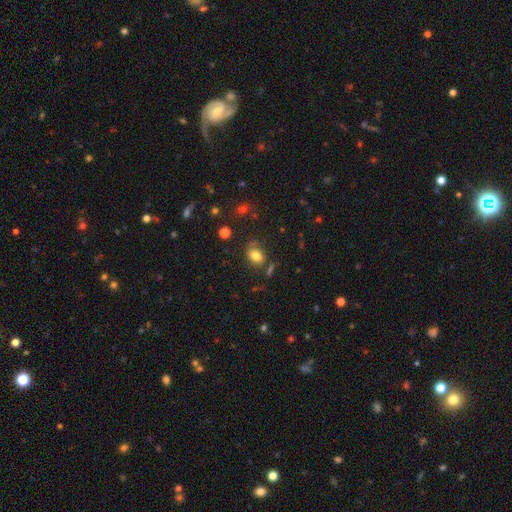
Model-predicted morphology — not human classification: Smooth or featured?
  - smooth: 78% *
  - star or artifact: 12%
  - featured or disk: 11%
How rounded?
  - in between: 70% *
  - round: 28%
  - cigar-shaped: 1%
Merging?
  - none: 63% *
  - minor disturbance: 21%
  - major disturbance: 8%
  - merger: 7%